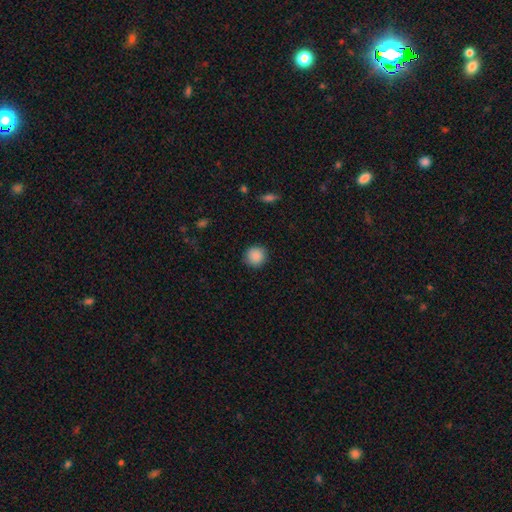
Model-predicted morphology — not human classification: The model was most divided on "smooth or featured": smooth: 89%, star or artifact: 8%, featured or disk: 3%. More confident: how rounded — round (93%); merging — none (90%).